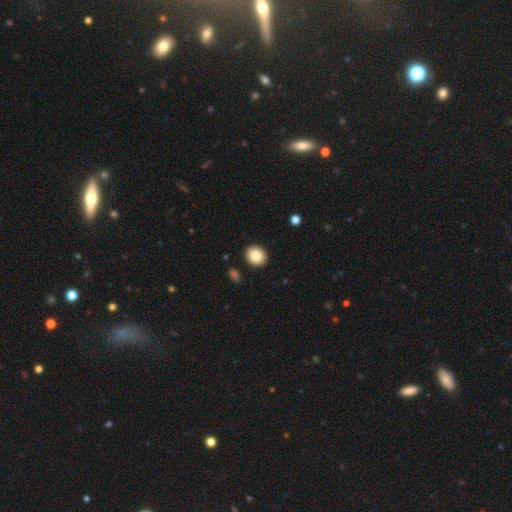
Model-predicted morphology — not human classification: smooth_or_featured: smooth (p=0.84) [alt: star or artifact p=0.09]
how_rounded: round (p=0.77) [alt: in between p=0.22]
merging: none (p=0.91) [alt: minor disturbance p=0.06]